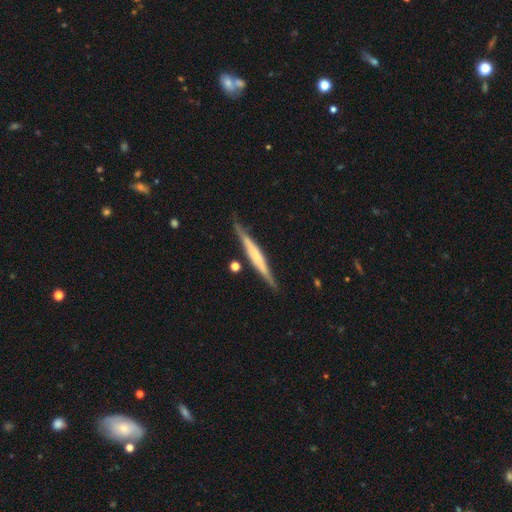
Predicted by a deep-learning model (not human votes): This is likely a featured or disk galaxy (63%). It is clearly viewed edge-on (97%). Edge-on bulge: marginally rounded (40%). Merging: clearly none (83%).